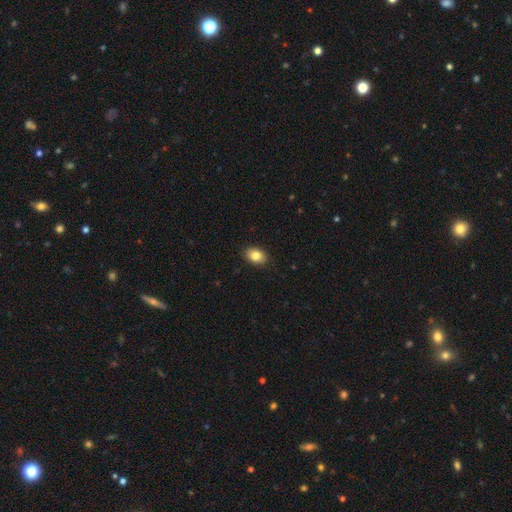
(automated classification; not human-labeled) Smooth or featured: smooth — 83% (star or artifact — 8%)
How rounded: in between — 78% (round — 21%)
Merging: none — 89% (minor disturbance — 8%)